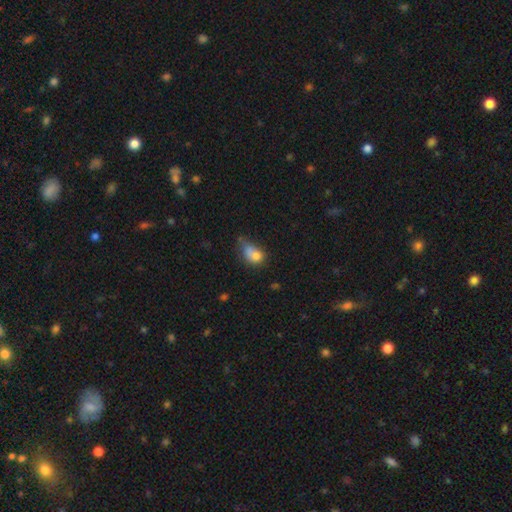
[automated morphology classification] smooth-or-featured: smooth: 75% | featured or disk: 14% | star or artifact: 11%
  how-rounded: in between: 69% | round: 29% | cigar-shaped: 2%
  merging: merger: 29% | minor disturbance: 26% | none: 25% | major disturbance: 21%